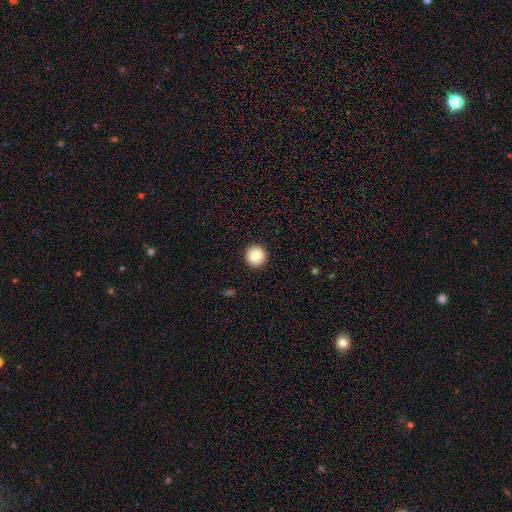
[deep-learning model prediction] The model was most divided on "smooth or featured": smooth: 85%, star or artifact: 8%, featured or disk: 7%. More confident: how rounded — round (96%); merging — none (94%).